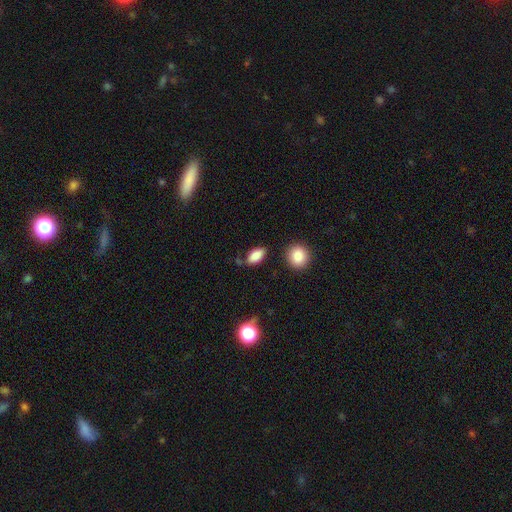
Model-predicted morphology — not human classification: Smooth or featured?
  - smooth: 85% *
  - star or artifact: 8%
  - featured or disk: 7%
How rounded?
  - in between: 88% *
  - cigar-shaped: 6%
  - round: 6%
Merging?
  - none: 73% *
  - minor disturbance: 17%
  - merger: 5%
  - major disturbance: 4%